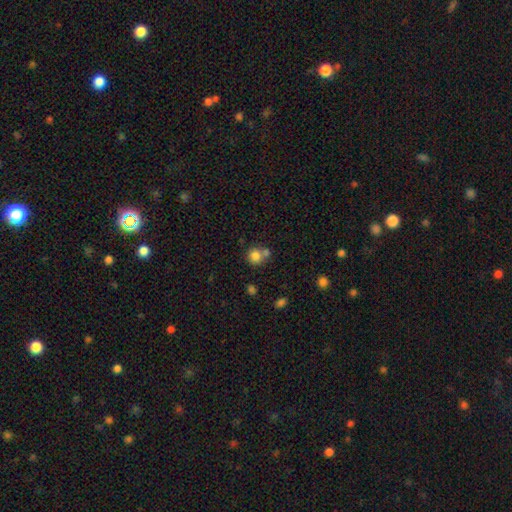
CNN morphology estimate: Smooth or featured? smooth (81%)
How rounded? round (86%)
Merging? none (50%)